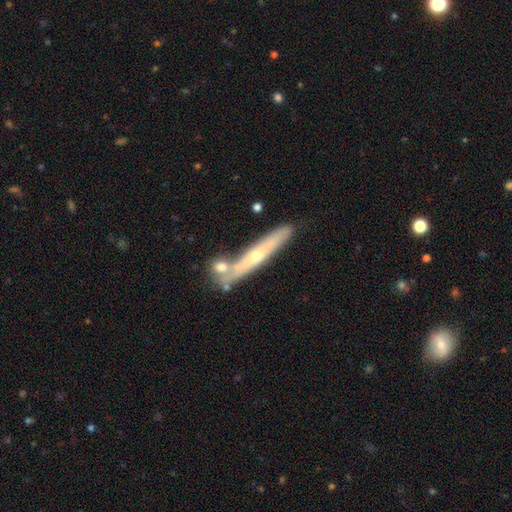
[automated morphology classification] type=featured or disk (56%); edge-on=yes (82%); merging=none (66%).